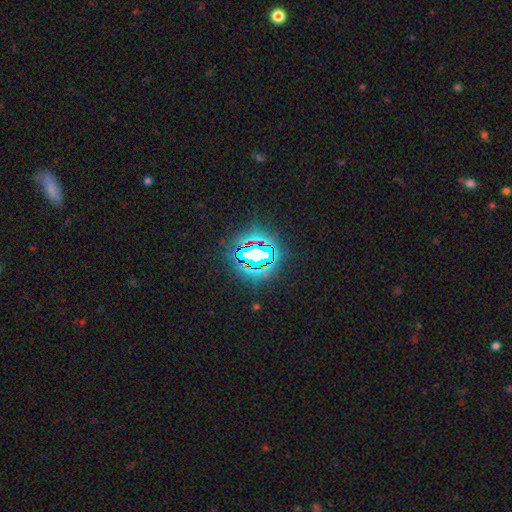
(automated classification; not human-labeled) This appears to be a star or artifact, not a galaxy (76%).